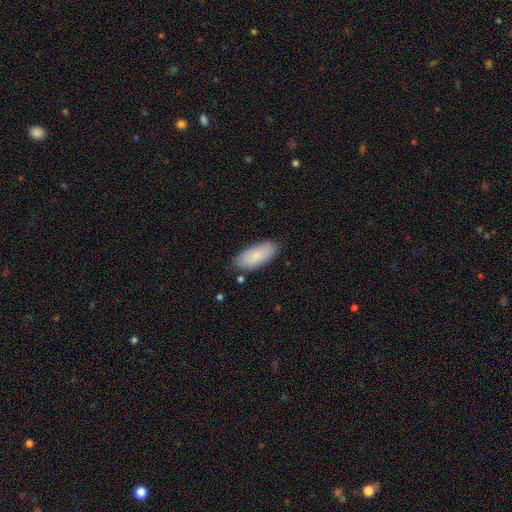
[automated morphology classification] smooth 85%, featured or disk 9%, star or artifact 6%. Down the decision tree: how rounded — in between (85%); merging — none (80%).